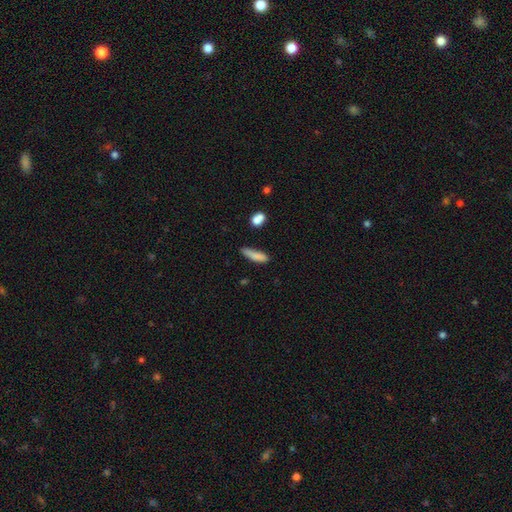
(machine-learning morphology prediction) This is clearly a smooth galaxy (83%). How rounded: likely cigar-shaped (73%). Merging: likely none (66%).